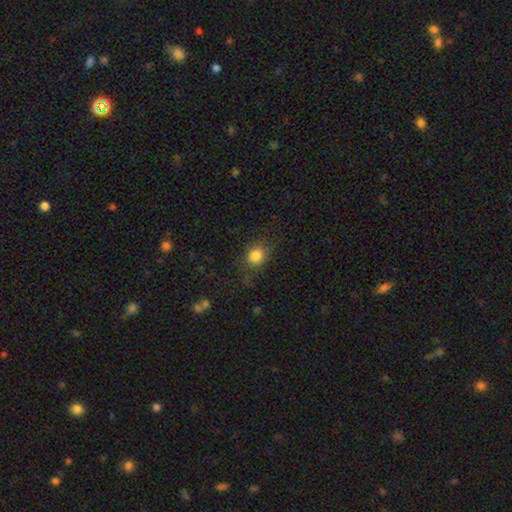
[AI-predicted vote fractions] This is clearly a smooth galaxy (83%). How rounded: likely round (63%). Merging: likely none (76%).